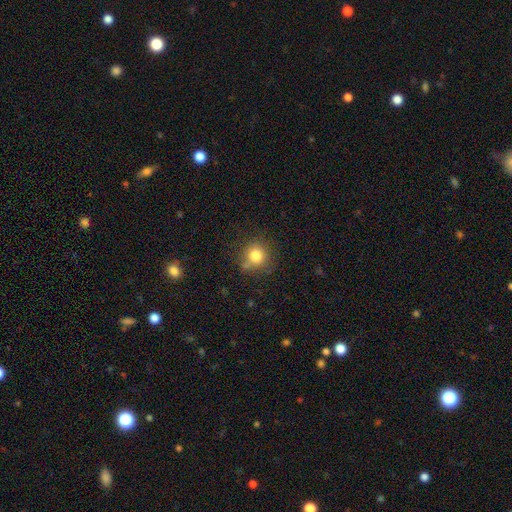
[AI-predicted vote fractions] Morphology: type=smooth (80%); roundness=round (89%); merging=none (72%).